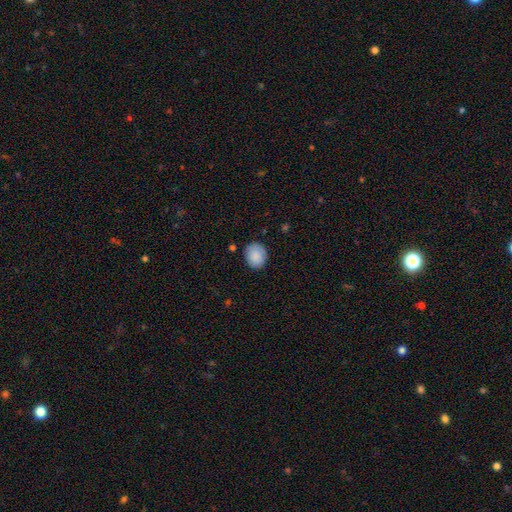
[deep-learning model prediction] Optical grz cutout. It shows a smooth galaxy with no disk features (88%) that is round (65%). Merging: none (83%).